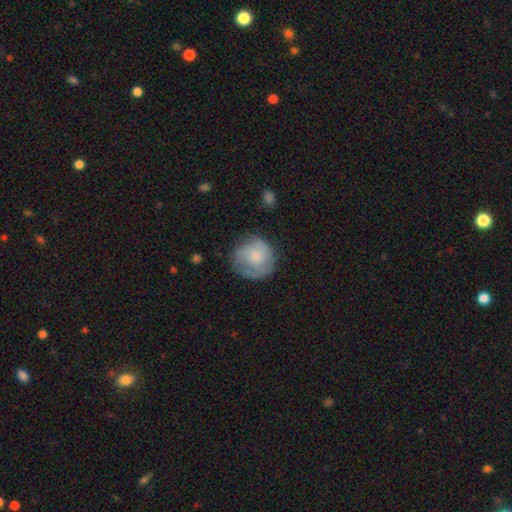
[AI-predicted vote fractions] Morphology: type=smooth (66%); roundness=round (90%); merging=none (63%).